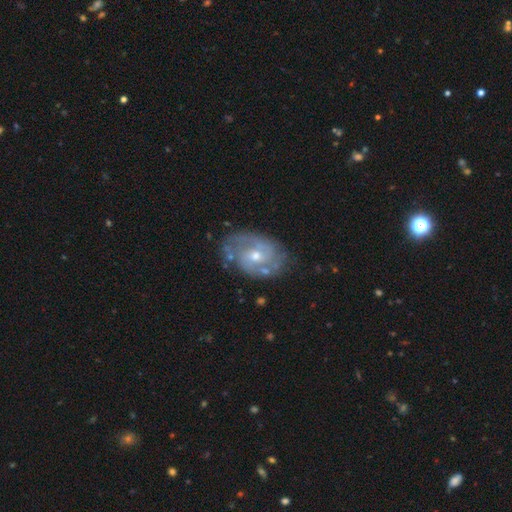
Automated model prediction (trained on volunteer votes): This appears to be a featured or disk galaxy (83%) with no bar (57%), 2 (67%) tight (45%) spiral arms (93%) and a moderate central bulge (55%). Merging: none (73%).